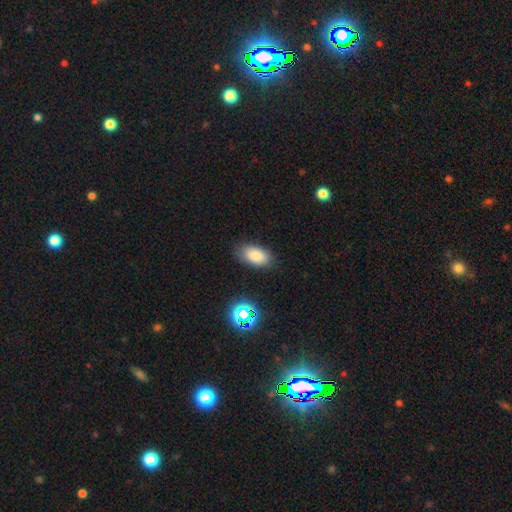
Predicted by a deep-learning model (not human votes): A smooth galaxy with no disk features (82%) that is in between round and cigar-shaped (93%). Merging: none (83%).